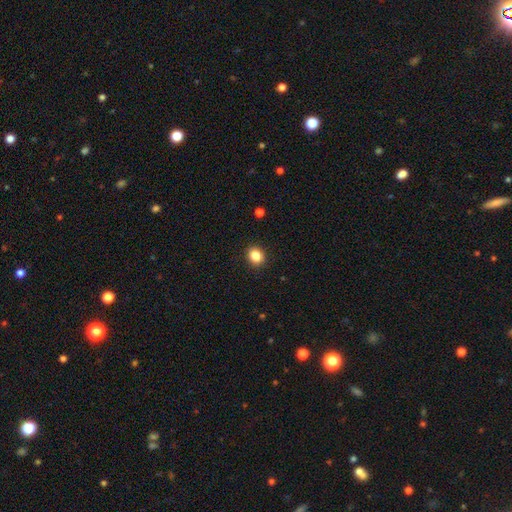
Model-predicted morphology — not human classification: Overall: smooth (85%). How rounded: round (65%; in between 34%). Merging: none (90%).